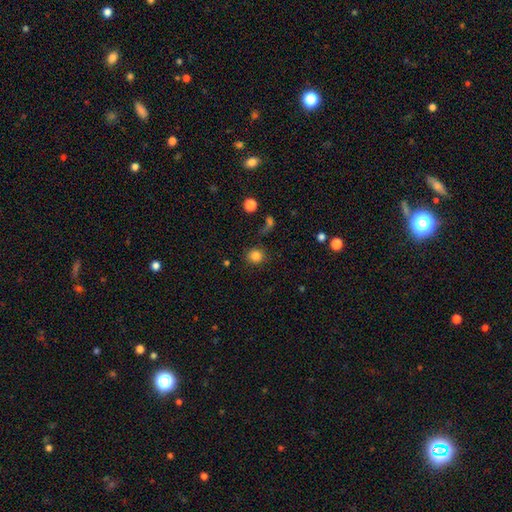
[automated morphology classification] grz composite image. It shows a smooth galaxy with no disk features (82%) that is round (85%). Merging: none (81%).